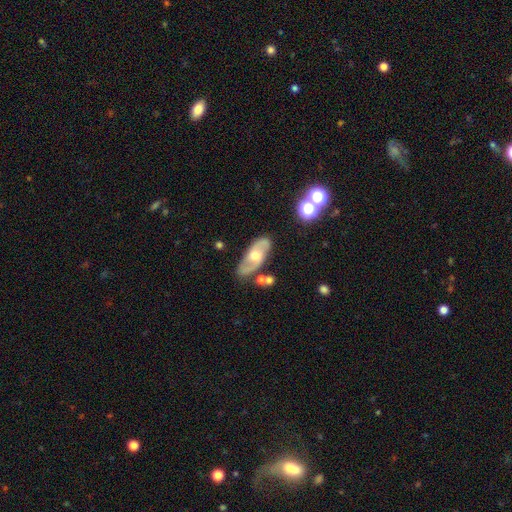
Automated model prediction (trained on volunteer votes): A featured or disk galaxy (67%) with no bar (57%), spiral arms (78%) and a moderate central bulge (69%). Merging: none (77%).